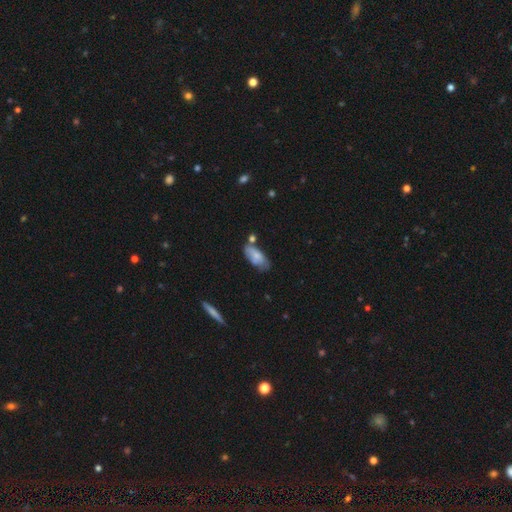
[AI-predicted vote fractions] smooth 70%, featured or disk 23%, star or artifact 7%. Down the decision tree: how rounded — in between (86%); merging — none (49%).